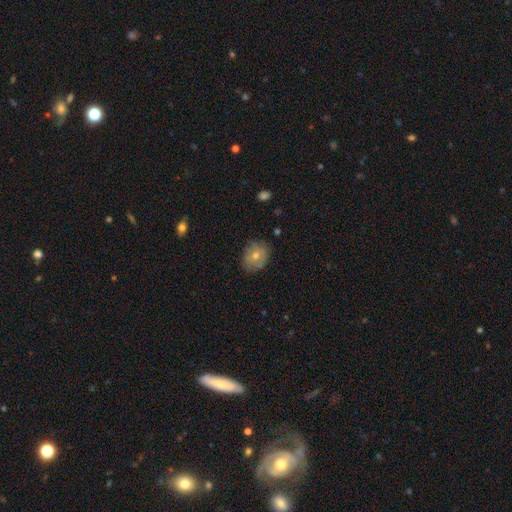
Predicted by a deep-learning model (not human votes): The model was most divided on "how rounded": round: 62%, in between: 37%, cigar-shaped: 1%. More confident: merging — none (74%); smooth or featured — smooth (67%).